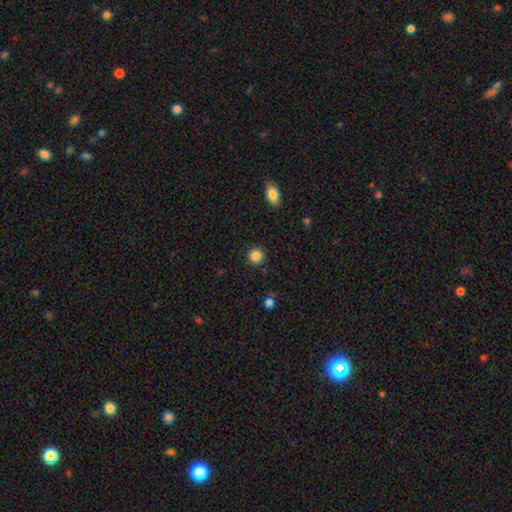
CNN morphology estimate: A smooth galaxy with no disk features (86%) that is round (93%). Merging: none (91%).